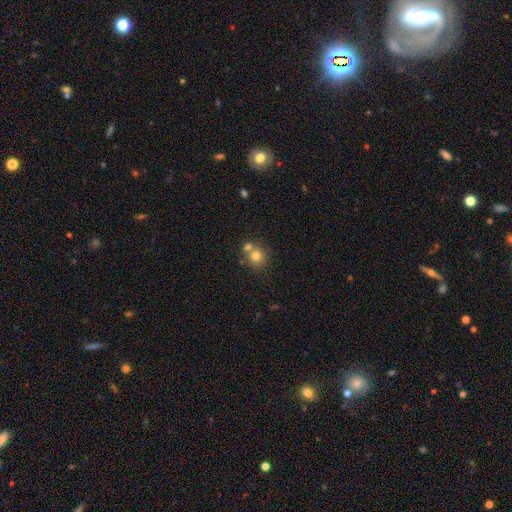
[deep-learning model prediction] smooth_or_featured: smooth (p=0.75) [alt: featured or disk p=0.13]
how_rounded: round (p=0.82) [alt: in between p=0.17]
merging: none (p=0.49) [alt: merger p=0.40]